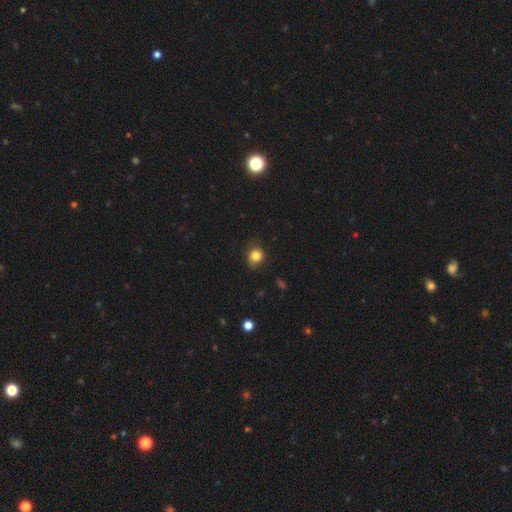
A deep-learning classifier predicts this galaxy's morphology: A smooth galaxy with no disk features (83%) that is round (74%). Merging: none (80%).